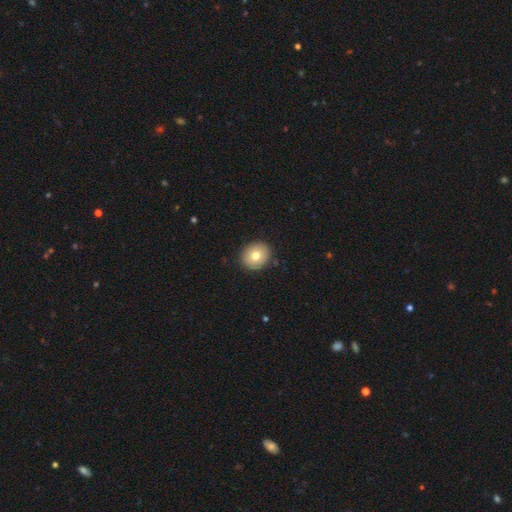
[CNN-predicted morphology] type=smooth (75%); roundness=round (73%); merging=none (90%).